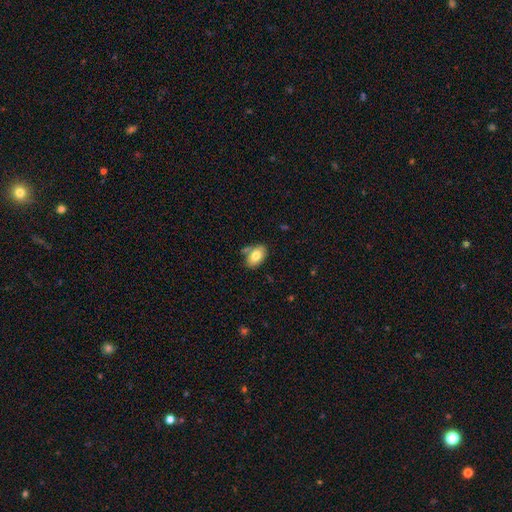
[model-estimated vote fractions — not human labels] This appears to be a smooth galaxy with no disk features (78%) that is in between round and cigar-shaped (89%). Merging: none (68%).